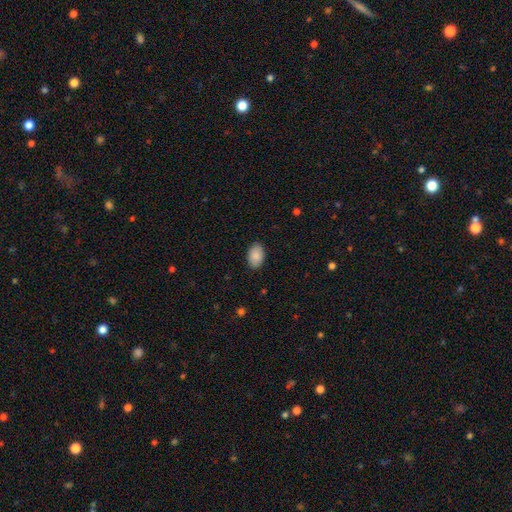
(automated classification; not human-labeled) A smooth galaxy with no disk features (89%) that is in between round and cigar-shaped (91%).

Vote fractions:
- Smooth or featured? smooth: 89% / star or artifact: 7% / featured or disk: 5%
- How rounded? in between: 91% / round: 7% / cigar-shaped: 1%
- Merging? none: 89% / minor disturbance: 8% / major disturbance: 2% / merger: 1%